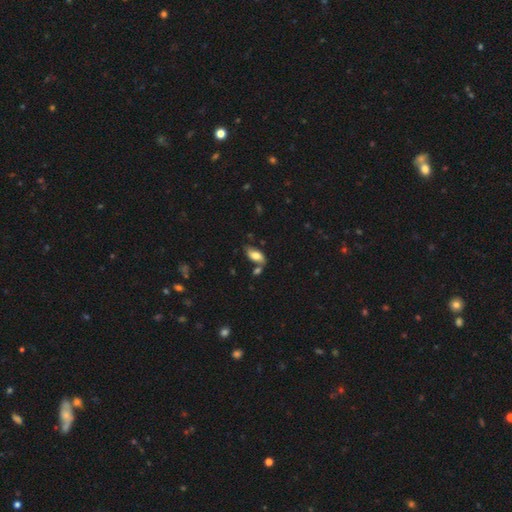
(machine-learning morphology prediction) Smooth or featured?
  - smooth: 74% *
  - featured or disk: 19%
  - star or artifact: 7%
How rounded?
  - in between: 89% *
  - cigar-shaped: 8%
  - round: 3%
Merging?
  - none: 59% *
  - minor disturbance: 18%
  - merger: 18%
  - major disturbance: 5%